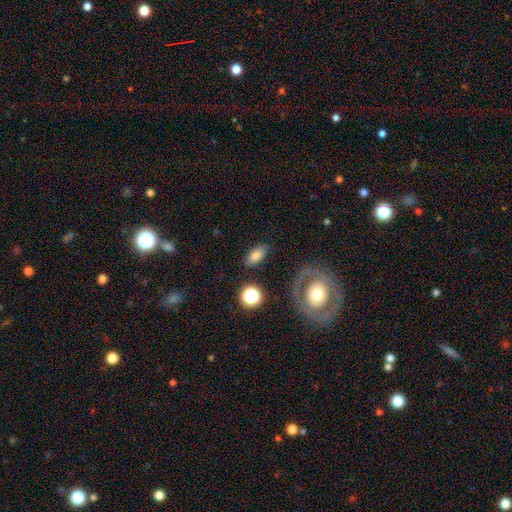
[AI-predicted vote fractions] The model was most divided on "smooth or featured": smooth: 77%, featured or disk: 15%, star or artifact: 9%. More confident: how rounded — in between (89%); merging — none (81%).